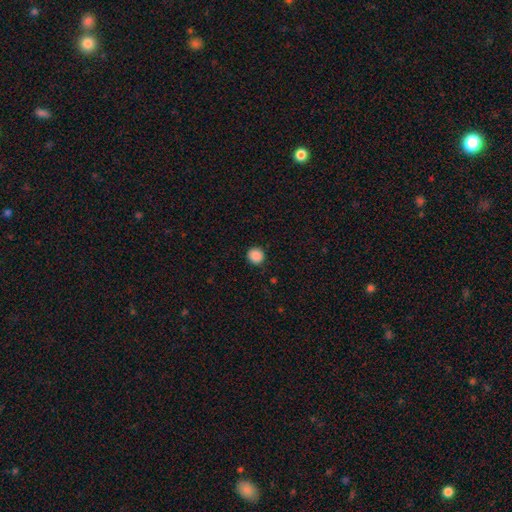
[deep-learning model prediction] smooth_or_featured: smooth (p=0.88) [alt: star or artifact p=0.09]
how_rounded: round (p=0.92) [alt: in between p=0.08]
merging: none (p=0.90) [alt: minor disturbance p=0.07]